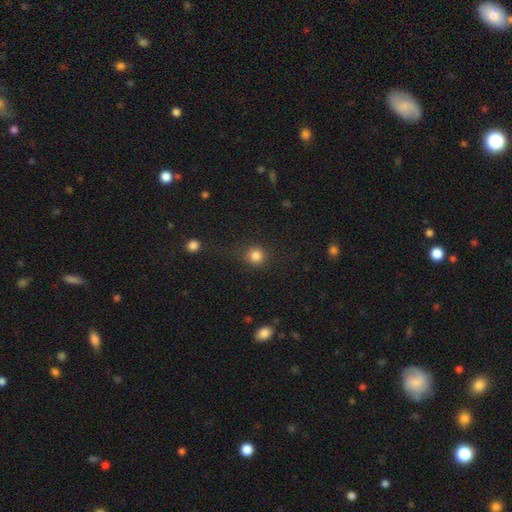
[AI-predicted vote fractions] smooth-or-featured: smooth: 83% | star or artifact: 12% | featured or disk: 5%
  how-rounded: round: 90% | in between: 9% | cigar-shaped: 1%
  merging: none: 77% | minor disturbance: 13% | major disturbance: 7% | merger: 3%